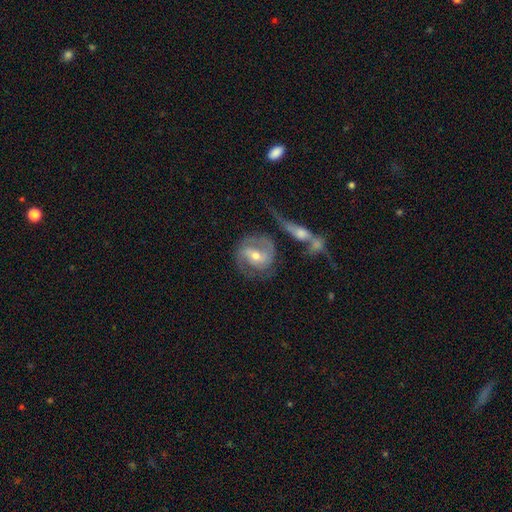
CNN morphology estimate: Smooth or featured? Predicted: featured or disk (p=0.83). Edge-on disk? Predicted: no (p=0.96). Bar? Predicted: weak (p=0.43). Spiral arms? Predicted: yes (p=0.94). Spiral winding? Predicted: medium (p=0.46). Spiral arm count? Predicted: 2 (p=0.82). Bulge size? Predicted: moderate (p=0.62). Merging? Predicted: none (p=0.55).